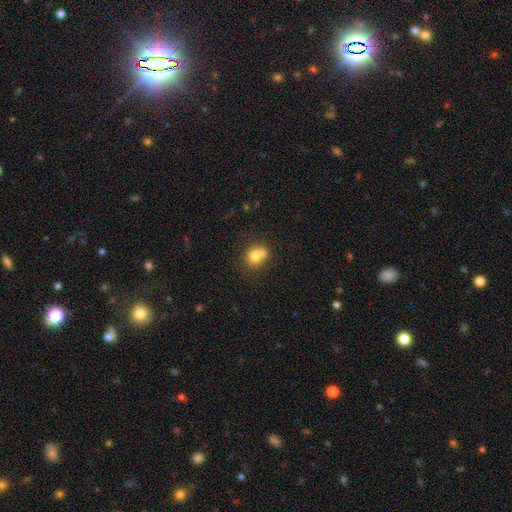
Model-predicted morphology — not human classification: smooth 75%, featured or disk 14%, star or artifact 11%. Down the decision tree: how rounded — round (65%); merging — merger (41%, tied with none).